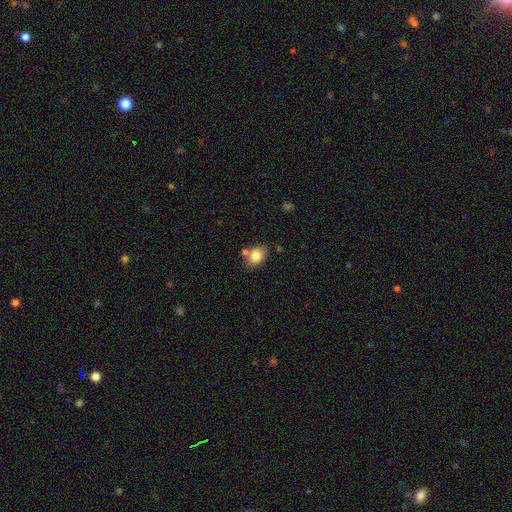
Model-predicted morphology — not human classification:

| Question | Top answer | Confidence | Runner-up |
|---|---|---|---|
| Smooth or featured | smooth | 83% | featured or disk (9%) |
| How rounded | in between | 67% | round (32%) |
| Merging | none | 68% | minor disturbance (14%) |